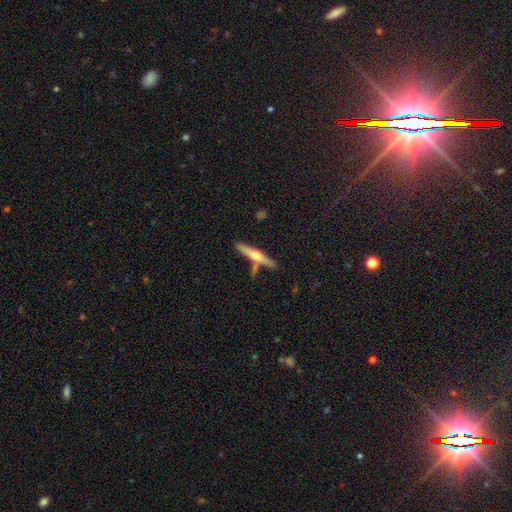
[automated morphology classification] type=featured or disk (57%); edge-on=yes (95%); edge-on bulge=rounded (91%); merging=none (72%).